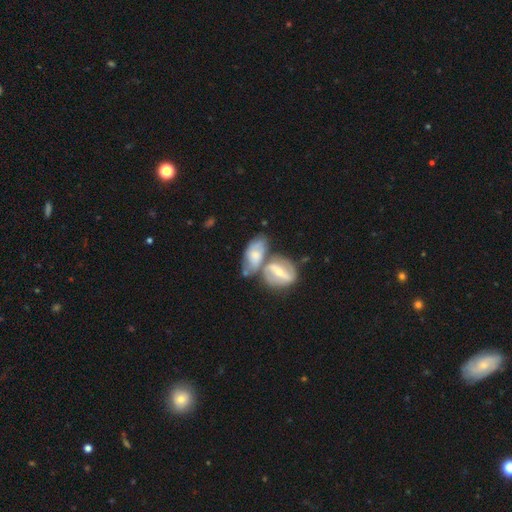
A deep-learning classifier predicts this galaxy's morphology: Smooth or featured: featured or disk — 58% (smooth — 36%)
Edge-on disk: no — 88% (yes — 12%)
Bar: weak — 37% (no — 36%)
Spiral arms: yes — 67% (no — 33%)
Bulge size: moderate — 49% (small — 41%)
Merging: merger — 58% (none — 26%)